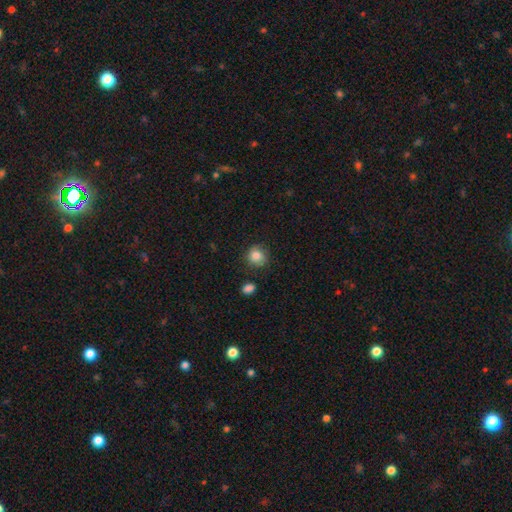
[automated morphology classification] This is clearly a smooth galaxy (85%). How rounded: clearly round (84%). Merging: clearly none (80%).